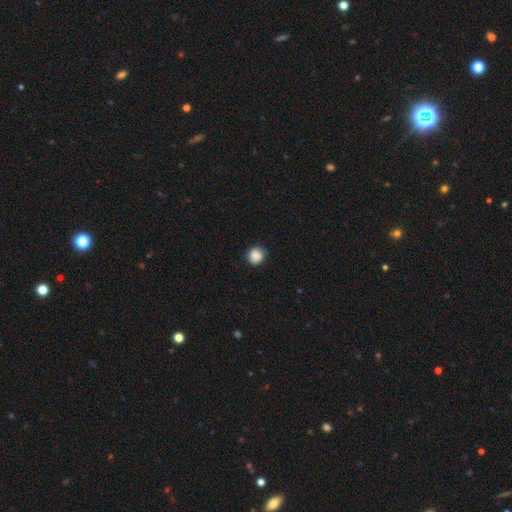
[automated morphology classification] The model was most divided on "merging": none: 87%, minor disturbance: 10%, major disturbance: 2%, merger: 1%. More confident: how rounded — round (90%); smooth or featured — smooth (88%).